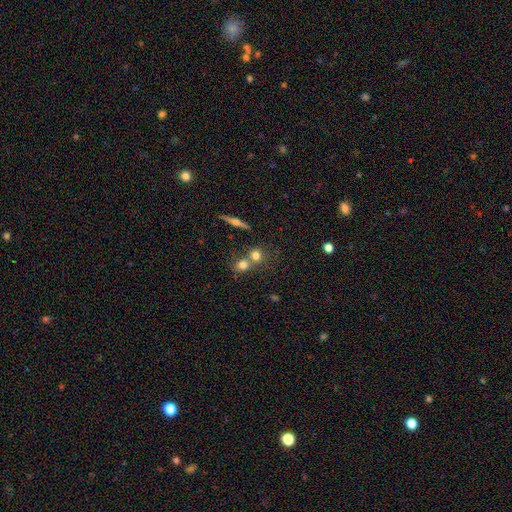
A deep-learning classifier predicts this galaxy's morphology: smooth 71%, featured or disk 17%, star or artifact 13%. Down the decision tree: how rounded — round (80%); merging — none (46%).